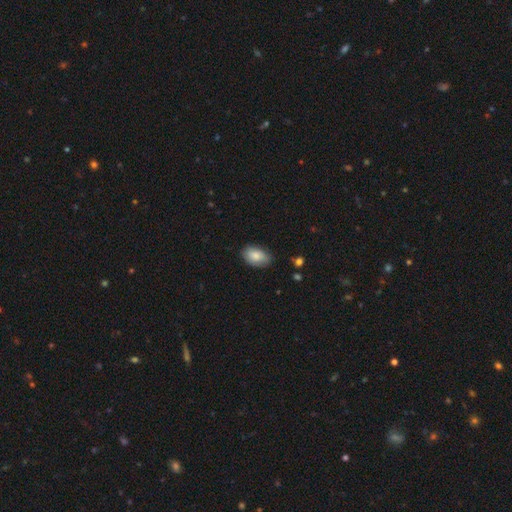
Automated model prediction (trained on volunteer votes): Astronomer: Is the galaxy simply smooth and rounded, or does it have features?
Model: smooth — 84%.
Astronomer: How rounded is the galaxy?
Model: in between — 92%.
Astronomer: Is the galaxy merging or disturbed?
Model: none — 78%.